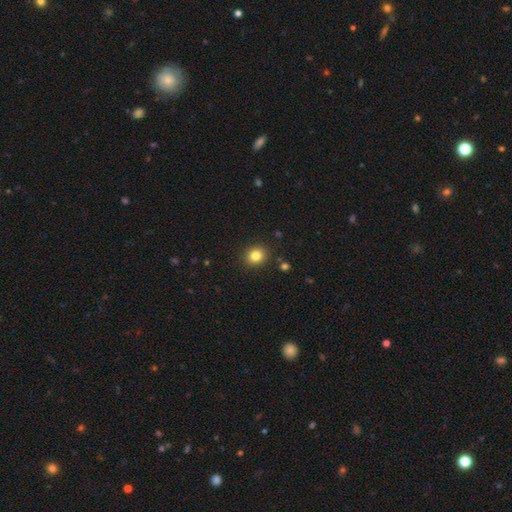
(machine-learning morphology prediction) A smooth galaxy with no disk features (82%) that is round (79%). Merging: none (90%).